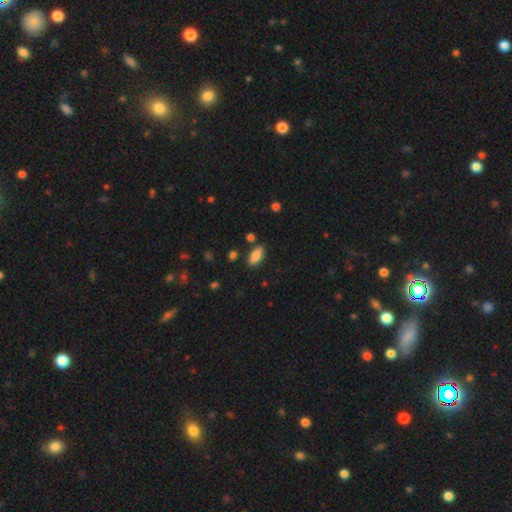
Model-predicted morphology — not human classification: This is clearly a smooth galaxy (83%). How rounded: clearly in between (89%). Merging: clearly none (84%).